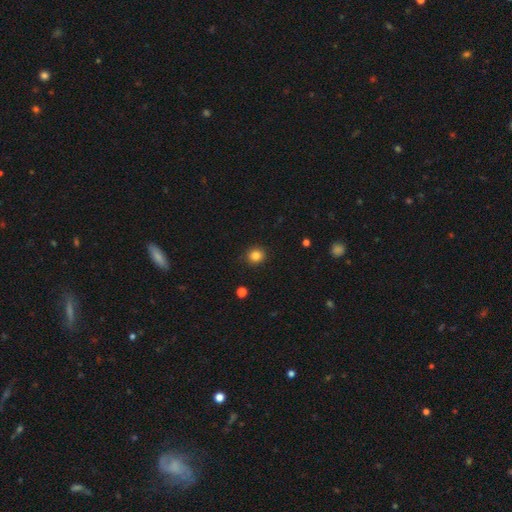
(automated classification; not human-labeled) This is clearly a smooth galaxy (84%). How rounded: clearly round (88%). Merging: clearly none (91%).